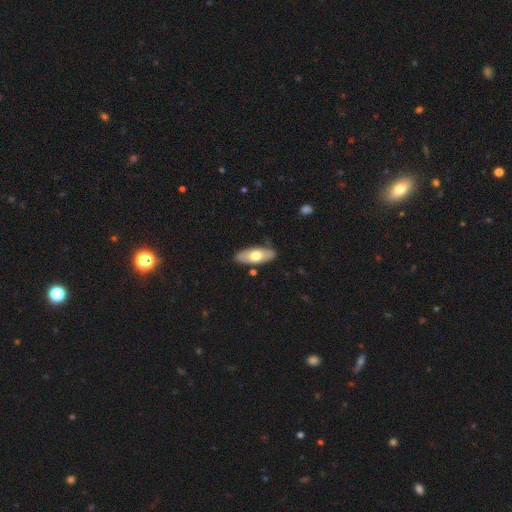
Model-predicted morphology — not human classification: A smooth galaxy with no disk features (58%) that is in between round and cigar-shaped (82%). Merging: none (84%).